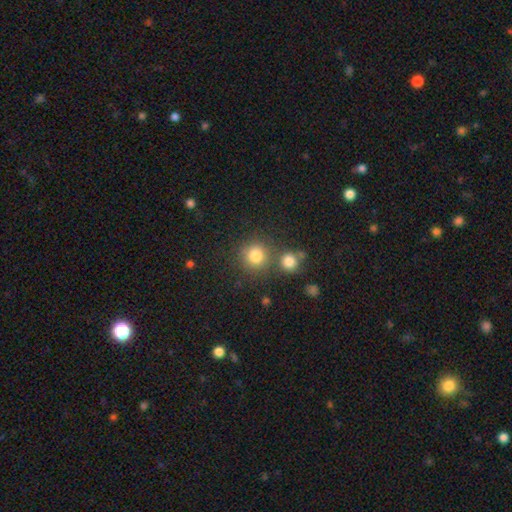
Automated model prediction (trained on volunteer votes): smooth 81%, star or artifact 13%, featured or disk 6%. Down the decision tree: how rounded — round (91%); merging — none (70%).